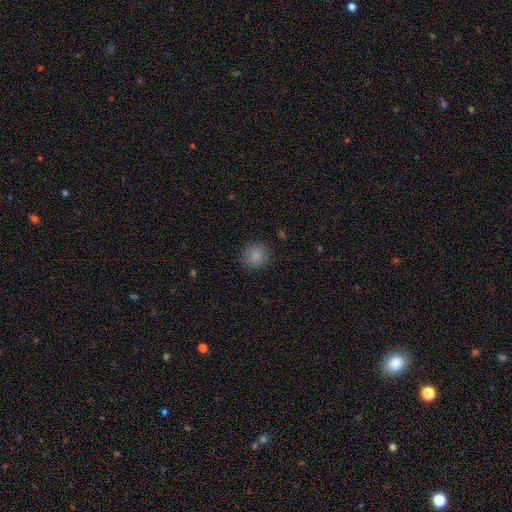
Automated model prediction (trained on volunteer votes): The model was most divided on "smooth or featured": smooth: 85%, star or artifact: 10%, featured or disk: 5%. More confident: how rounded — round (89%); merging — none (86%).